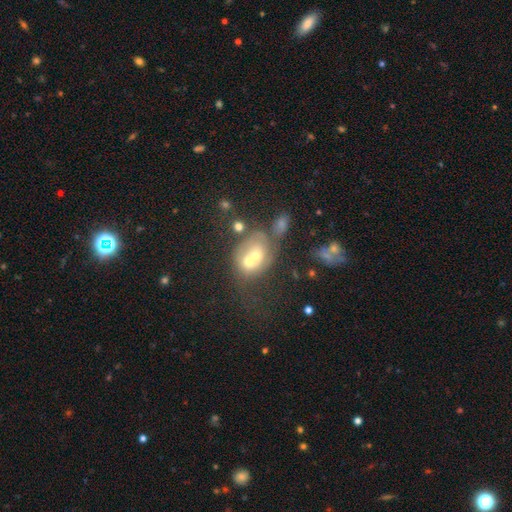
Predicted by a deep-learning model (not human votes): Smooth or featured?
  - smooth: 52% *
  - featured or disk: 36%
  - star or artifact: 12%
How rounded?
  - round: 50% *
  - in between: 49%
  - cigar-shaped: 1%
Merging?
  - merger: 68% *
  - none: 16%
  - major disturbance: 9%
  - minor disturbance: 8%